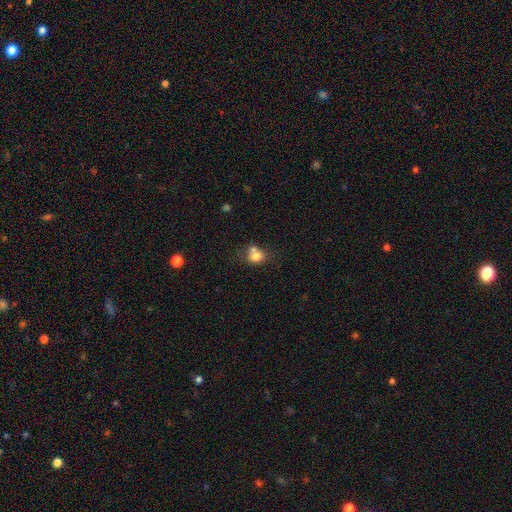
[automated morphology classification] This appears to be a smooth galaxy with no disk features (74%) that is in between round and cigar-shaped (53%). Merging: merger (44%).